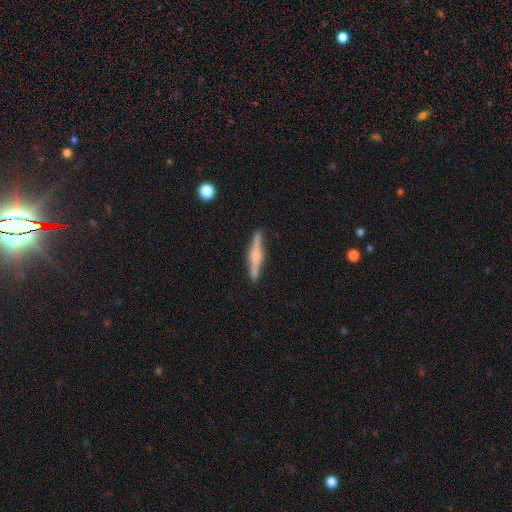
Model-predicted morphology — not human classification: This is likely a featured or disk galaxy (68%). It is clearly viewed edge-on (98%). Edge-on bulge: likely rounded (79%). Merging: clearly none (90%).